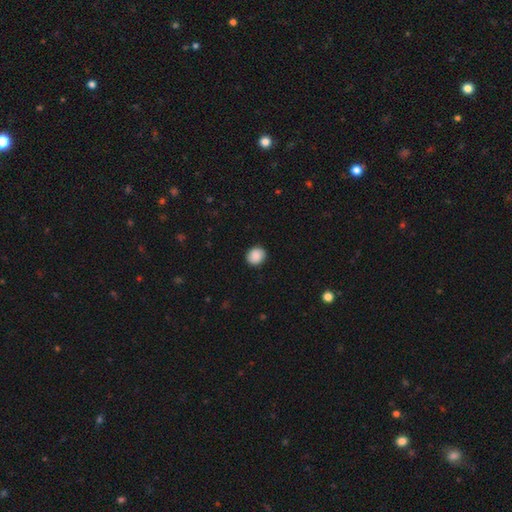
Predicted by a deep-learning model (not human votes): Q: Smooth or featured?
A: smooth (89%); runner-up: star or artifact (7%)
Q: How rounded?
A: round (82%); runner-up: in between (17%)
Q: Merging?
A: none (90%); runner-up: minor disturbance (7%)